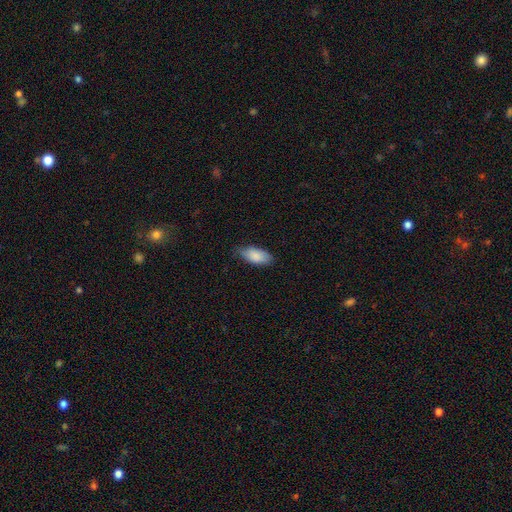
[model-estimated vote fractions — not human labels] A smooth galaxy with no disk features (87%) that is in between round and cigar-shaped (90%).

Vote fractions:
- Smooth or featured? smooth: 87% / featured or disk: 7% / star or artifact: 6%
- How rounded? in between: 90% / cigar-shaped: 8% / round: 2%
- Merging? none: 73% / minor disturbance: 23% / major disturbance: 3% / merger: 1%